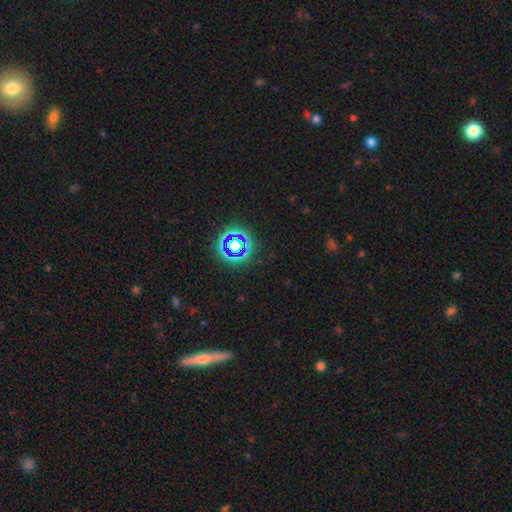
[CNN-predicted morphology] Q: Smooth or featured?
A: star or artifact (50%); runner-up: smooth (36%)